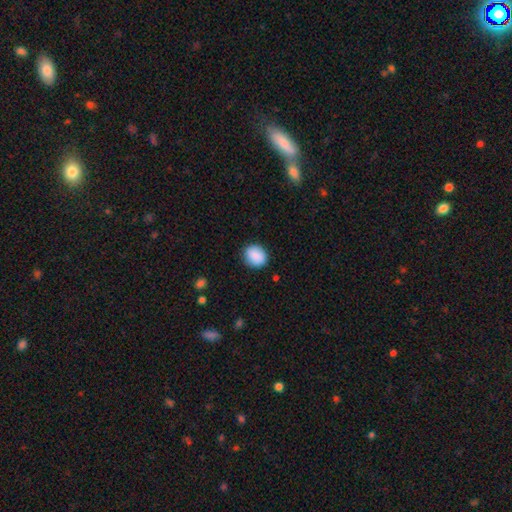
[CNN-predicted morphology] This appears to be a smooth galaxy with no disk features (89%) that is round (62%). Merging: none (86%).